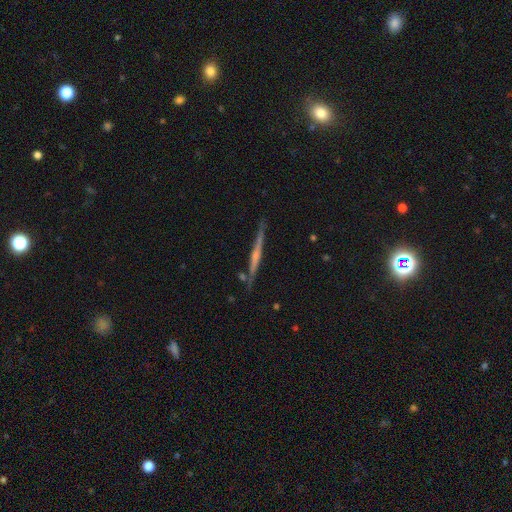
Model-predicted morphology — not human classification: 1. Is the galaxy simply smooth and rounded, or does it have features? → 69% featured or disk, 25% smooth, 6% star or artifact.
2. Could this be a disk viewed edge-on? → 98% yes, 2% no.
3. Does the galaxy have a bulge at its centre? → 47% rounded, 41% none, 12% boxy.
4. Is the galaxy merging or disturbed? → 84% none, 11% minor disturbance, 3% merger, 2% major disturbance.